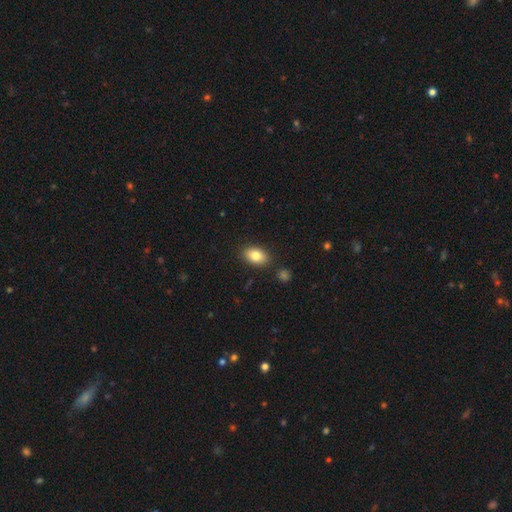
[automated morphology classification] Smooth or featured?
  - smooth: 83% *
  - featured or disk: 9%
  - star or artifact: 8%
How rounded?
  - in between: 87% *
  - round: 11%
  - cigar-shaped: 2%
Merging?
  - none: 86% *
  - minor disturbance: 9%
  - merger: 2%
  - major disturbance: 2%